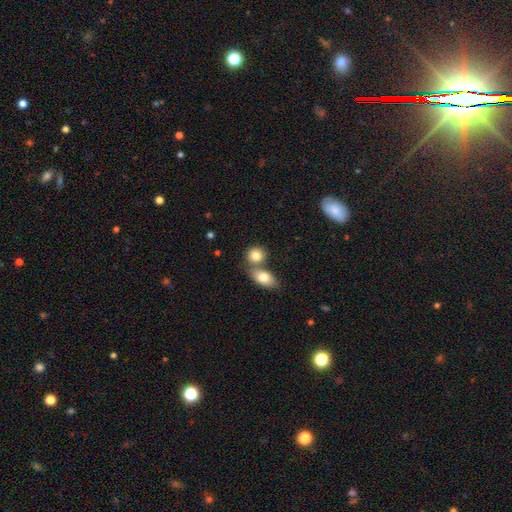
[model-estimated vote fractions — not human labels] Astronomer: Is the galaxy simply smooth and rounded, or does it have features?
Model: smooth — 82%.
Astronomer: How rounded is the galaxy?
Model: round — 59% (runner-up: in between, 39%).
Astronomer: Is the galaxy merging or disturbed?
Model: merger — 51% (runner-up: none, 38%).